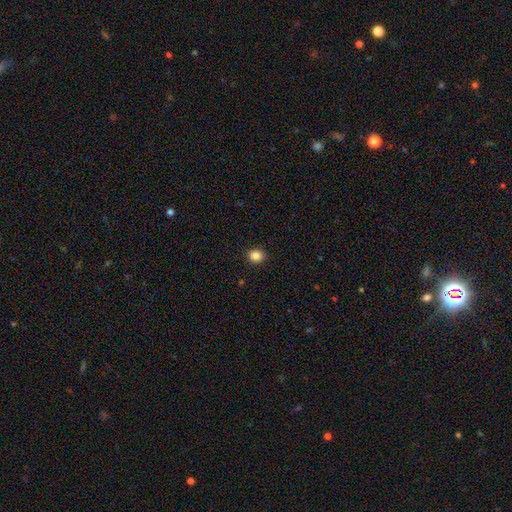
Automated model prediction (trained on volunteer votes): Morphology: type=smooth (86%); roundness=round (74%); merging=none (91%).